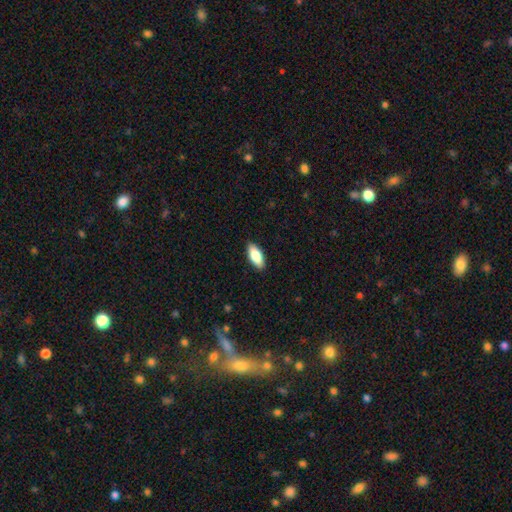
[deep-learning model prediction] Overall: smooth (81%). How rounded: in between (86%). Merging: none (89%).